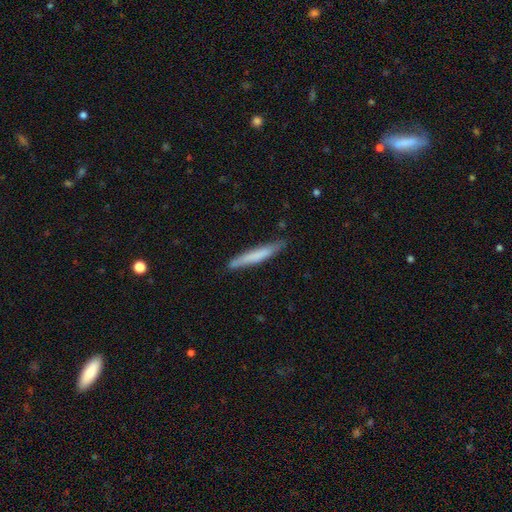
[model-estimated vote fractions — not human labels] This is likely a smooth galaxy (68%). How rounded: clearly cigar-shaped (95%). Merging: clearly none (84%).